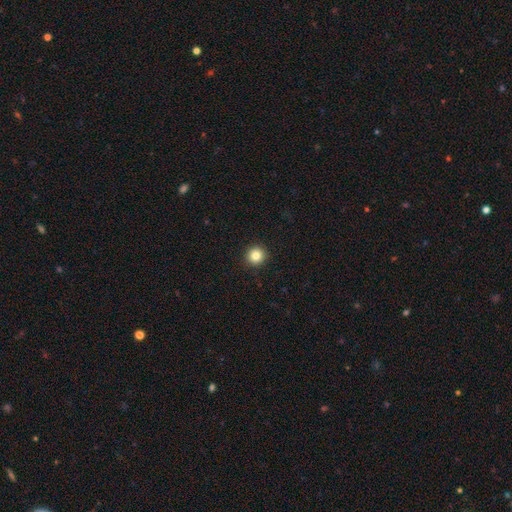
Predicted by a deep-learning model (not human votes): Q: Smooth or featured?
A: smooth (84%); runner-up: star or artifact (11%)
Q: How rounded?
A: round (94%); runner-up: in between (5%)
Q: Merging?
A: none (93%); runner-up: minor disturbance (5%)